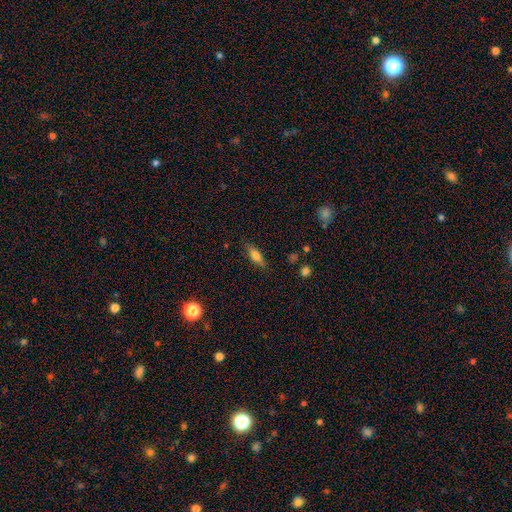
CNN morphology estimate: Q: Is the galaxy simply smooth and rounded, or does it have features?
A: smooth — 69%.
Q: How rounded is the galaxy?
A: in between — 56%.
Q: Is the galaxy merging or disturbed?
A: none — 83%.